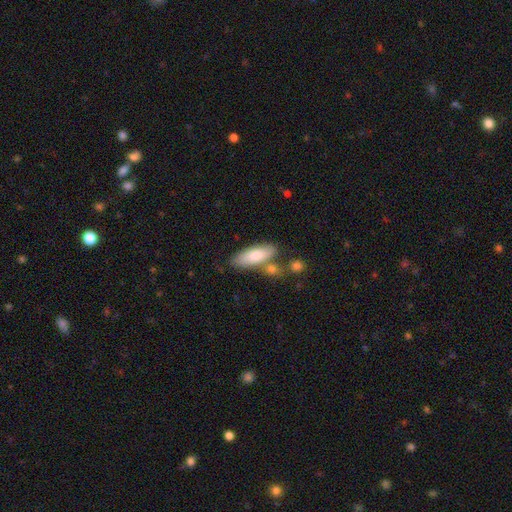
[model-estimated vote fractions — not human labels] Smooth or featured? Predicted: smooth (p=0.78). How rounded? Predicted: in between (p=0.71). Merging? Predicted: none (p=0.65).